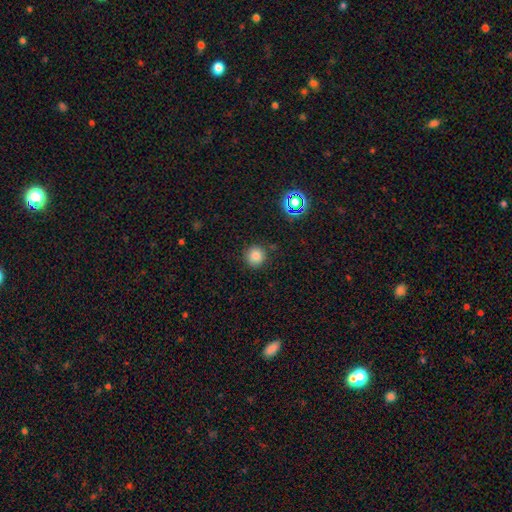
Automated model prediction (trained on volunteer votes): smooth 81%, star or artifact 14%, featured or disk 5%. Down the decision tree: how rounded — round (94%); merging — none (87%).